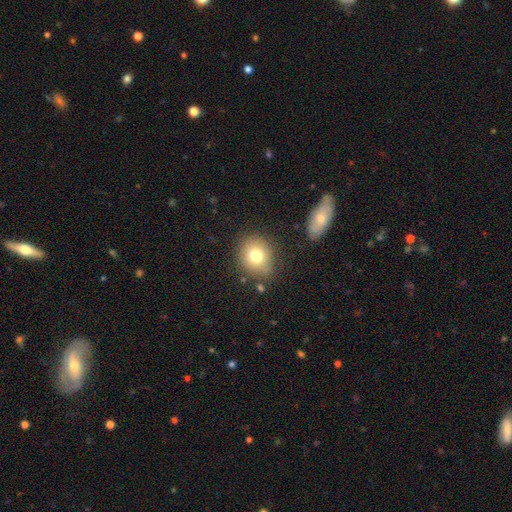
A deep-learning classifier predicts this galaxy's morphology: A smooth galaxy with no disk features (76%) that is round (73%).

Vote fractions:
- Smooth or featured? smooth: 76% / featured or disk: 13% / star or artifact: 11%
- How rounded? round: 73% / in between: 26% / cigar-shaped: 1%
- Merging? none: 79% / minor disturbance: 13% / merger: 4% / major disturbance: 4%